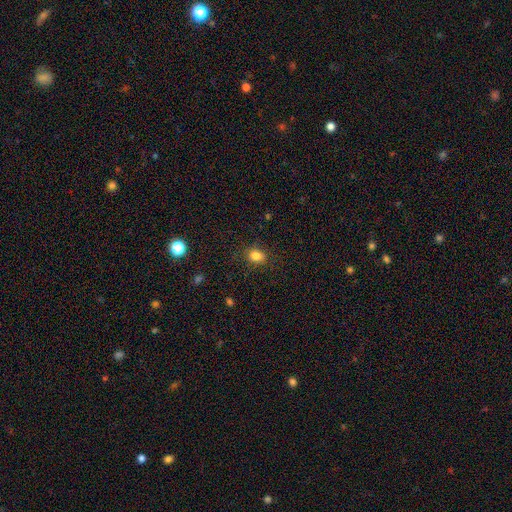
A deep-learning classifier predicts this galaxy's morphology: Smooth or featured: smooth — 83% (star or artifact — 12%)
How rounded: in between — 58% (round — 40%)
Merging: none — 84% (minor disturbance — 11%)